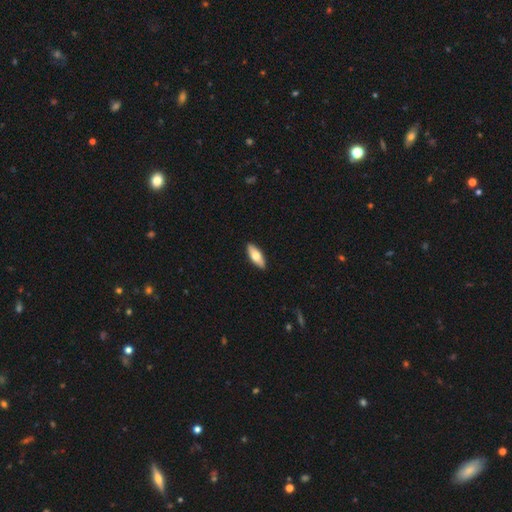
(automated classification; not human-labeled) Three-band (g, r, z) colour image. It shows a smooth galaxy with no disk features (66%) that is in between round and cigar-shaped (68%). Merging: none (91%).